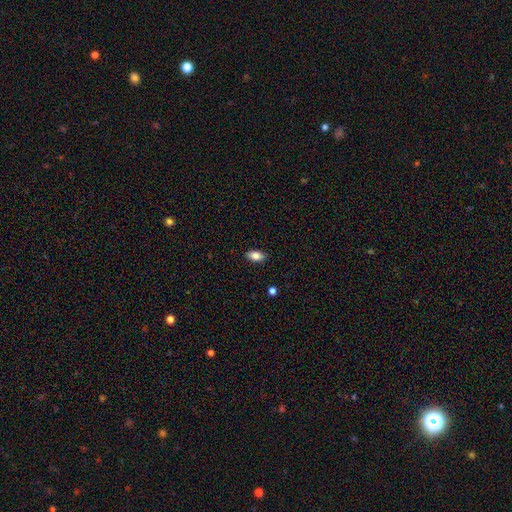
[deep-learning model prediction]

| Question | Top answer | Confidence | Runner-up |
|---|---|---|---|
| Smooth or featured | smooth | 83% | featured or disk (9%) |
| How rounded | in between | 90% | cigar-shaped (5%) |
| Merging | none | 89% | minor disturbance (8%) |